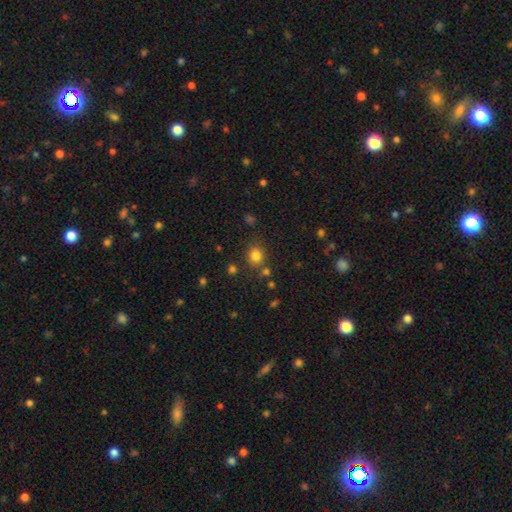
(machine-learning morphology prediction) A smooth galaxy with no disk features (81%) that is round (81%).

Vote fractions:
- Smooth or featured? smooth: 81% / star or artifact: 14% / featured or disk: 5%
- How rounded? round: 81% / in between: 18% / cigar-shaped: 1%
- Merging? none: 79% / minor disturbance: 10% / merger: 8% / major disturbance: 4%